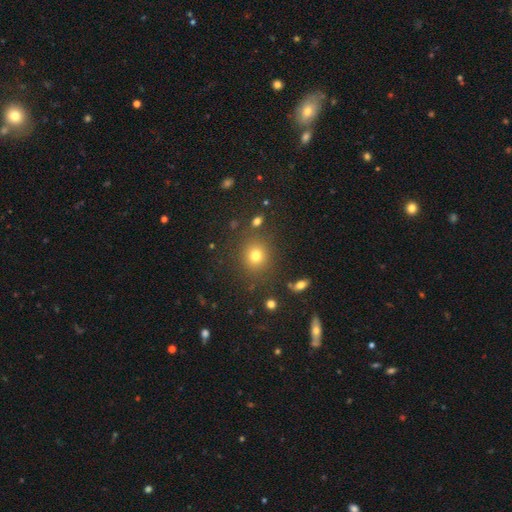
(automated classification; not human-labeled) Smooth or featured? smooth (76%)
How rounded? round (85%)
Merging? none (85%)